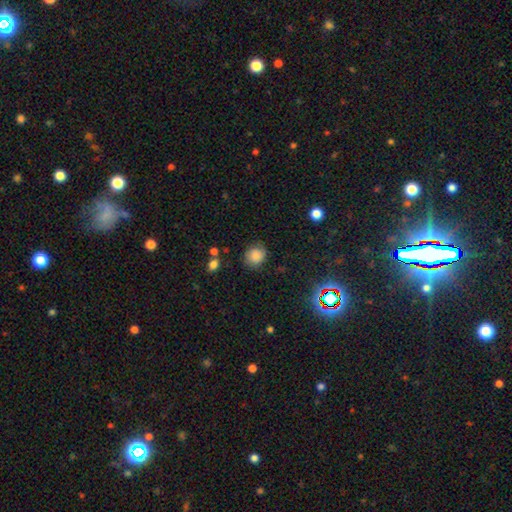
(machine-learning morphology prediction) Smooth or featured: smooth — 80% (star or artifact — 11%)
How rounded: round — 79% (in between — 20%)
Merging: none — 77% (minor disturbance — 17%)